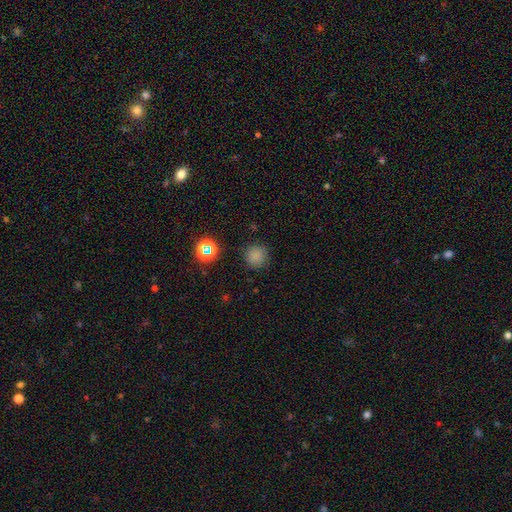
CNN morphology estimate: This is likely a smooth galaxy (77%). How rounded: clearly round (93%). Merging: clearly none (85%).